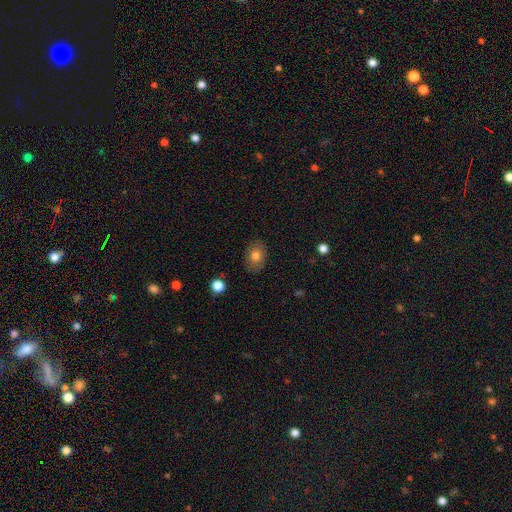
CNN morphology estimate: Q: Smooth or featured?
A: smooth (76%); runner-up: featured or disk (15%)
Q: How rounded?
A: in between (74%); runner-up: round (25%)
Q: Merging?
A: none (85%); runner-up: minor disturbance (11%)